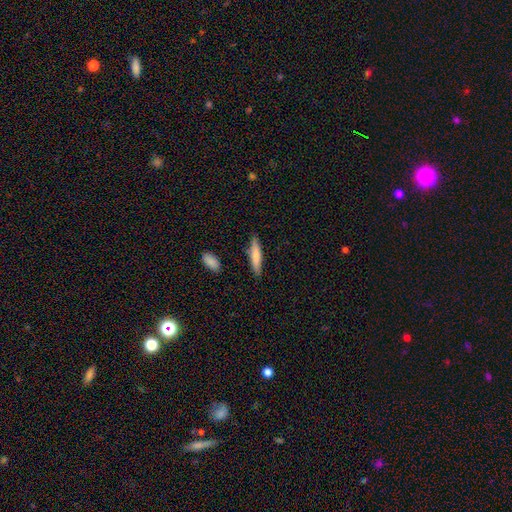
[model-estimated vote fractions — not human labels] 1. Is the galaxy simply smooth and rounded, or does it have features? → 73% smooth, 21% featured or disk, 6% star or artifact.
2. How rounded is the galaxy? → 83% cigar-shaped, 15% in between, 1% round.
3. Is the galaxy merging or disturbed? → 85% none, 10% minor disturbance, 3% merger, 2% major disturbance.